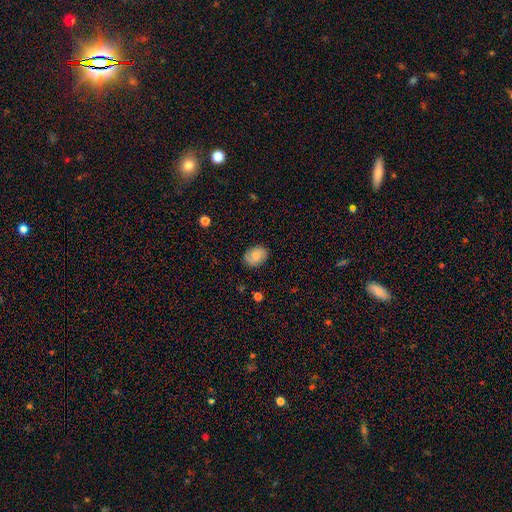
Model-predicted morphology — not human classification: smooth 62%, featured or disk 30%, star or artifact 8%. Down the decision tree: how rounded — in between (65%); merging — none (84%).